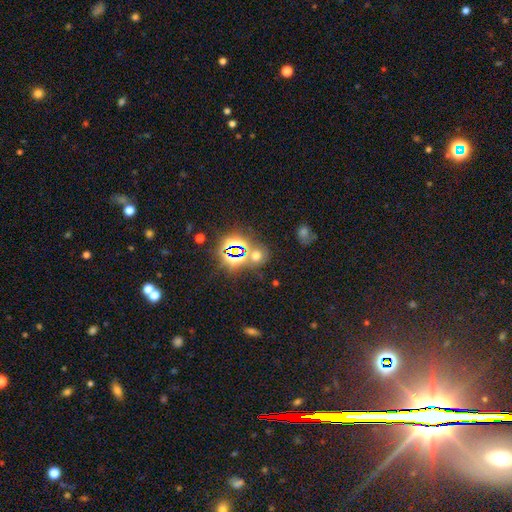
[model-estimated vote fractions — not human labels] This is possibly a star or artifact rather than a galaxy (51%).